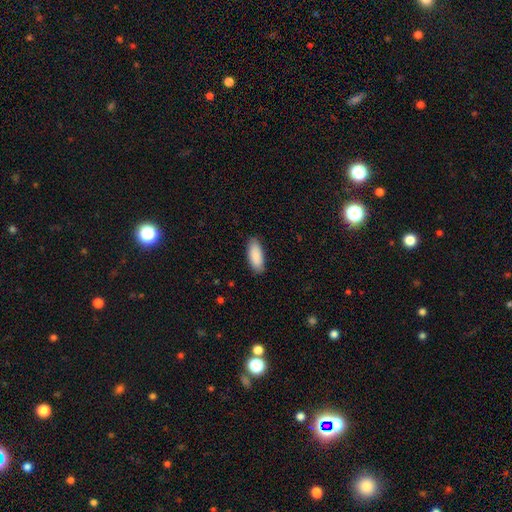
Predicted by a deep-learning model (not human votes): Smooth or featured? smooth (89%)
How rounded? in between (83%)
Merging? none (85%)